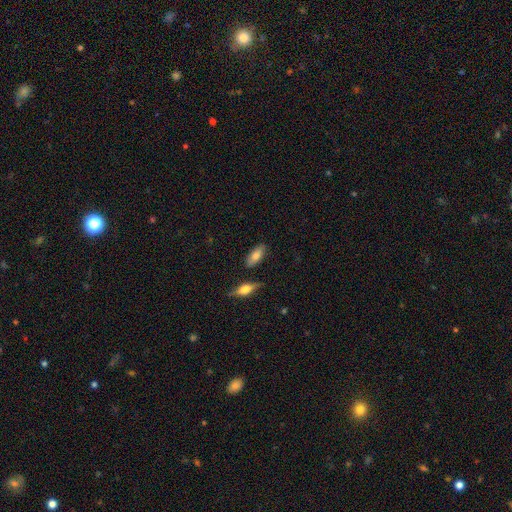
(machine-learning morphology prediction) This is likely a smooth galaxy (76%). How rounded: clearly in between (81%). Merging: clearly none (81%).